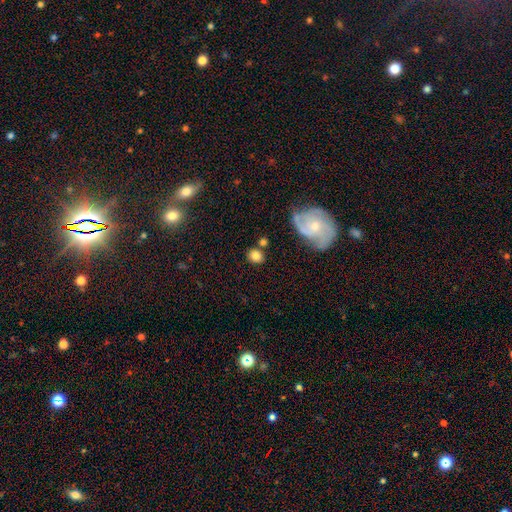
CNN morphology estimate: This appears to be a smooth galaxy with no disk features (78%) that is round (75%). Merging: none (75%).